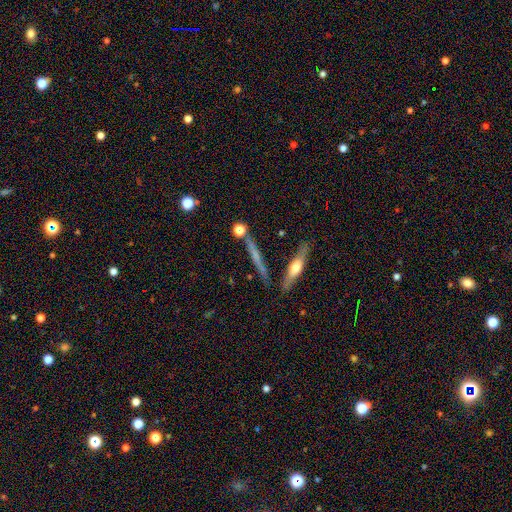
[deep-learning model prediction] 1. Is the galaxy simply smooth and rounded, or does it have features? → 55% featured or disk, 34% smooth, 12% star or artifact.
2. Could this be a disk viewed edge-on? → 93% yes, 7% no.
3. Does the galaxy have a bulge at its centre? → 60% rounded, 32% none, 8% boxy.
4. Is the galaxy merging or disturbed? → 81% none, 10% minor disturbance, 6% merger, 3% major disturbance.